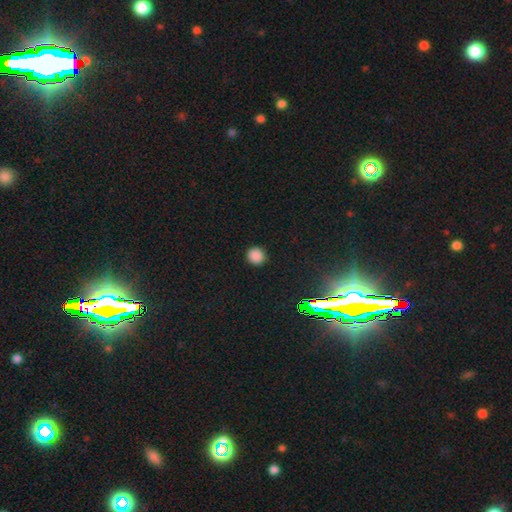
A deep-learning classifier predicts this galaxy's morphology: The model was most divided on "smooth or featured": smooth: 85%, star or artifact: 12%, featured or disk: 3%. More confident: how rounded — round (92%); merging — none (92%).